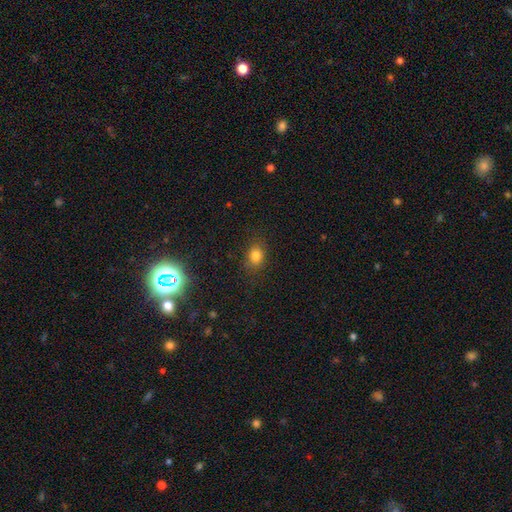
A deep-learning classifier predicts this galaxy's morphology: Smooth or featured?
  - smooth: 80% *
  - star or artifact: 13%
  - featured or disk: 6%
How rounded?
  - in between: 55% *
  - round: 44%
  - cigar-shaped: 1%
Merging?
  - none: 83% *
  - minor disturbance: 12%
  - major disturbance: 4%
  - merger: 1%